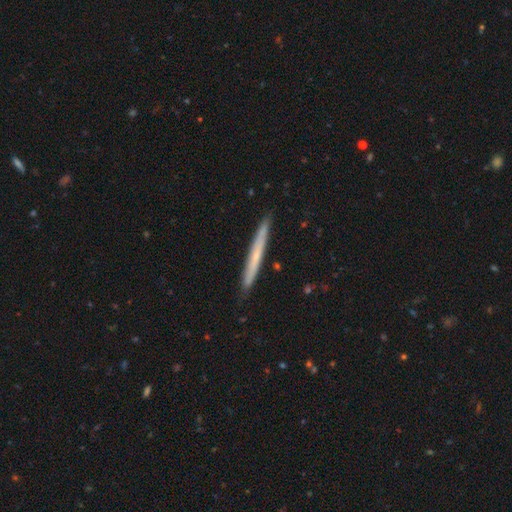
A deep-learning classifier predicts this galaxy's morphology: A smooth galaxy with no disk features (49%). Merging: none (91%).